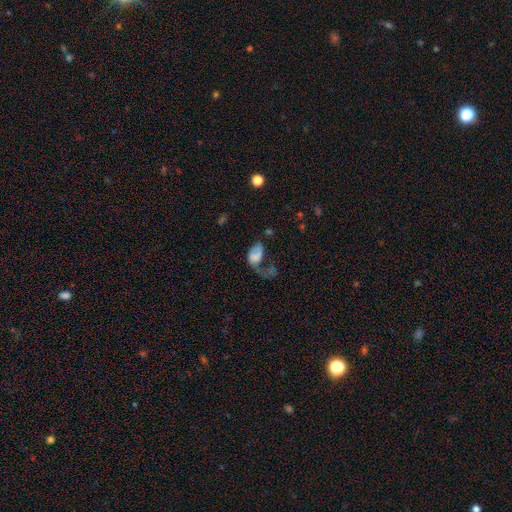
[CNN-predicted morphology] Smooth or featured? Predicted: smooth (p=0.54). How rounded? Predicted: in between (p=0.88). Merging? Predicted: major disturbance (p=0.56).